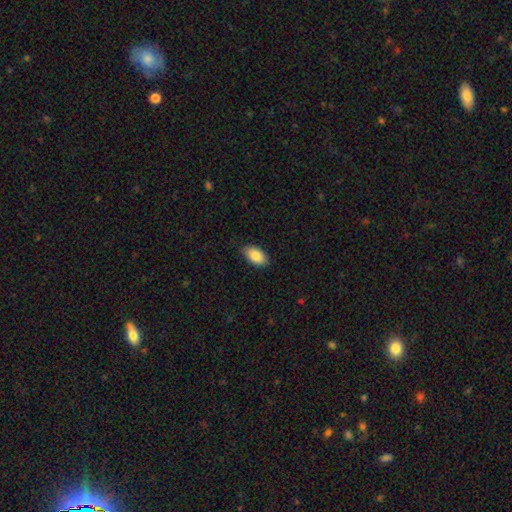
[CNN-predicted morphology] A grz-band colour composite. It shows a smooth galaxy with no disk features (85%) that is in between round and cigar-shaped (94%). Merging: none (84%).